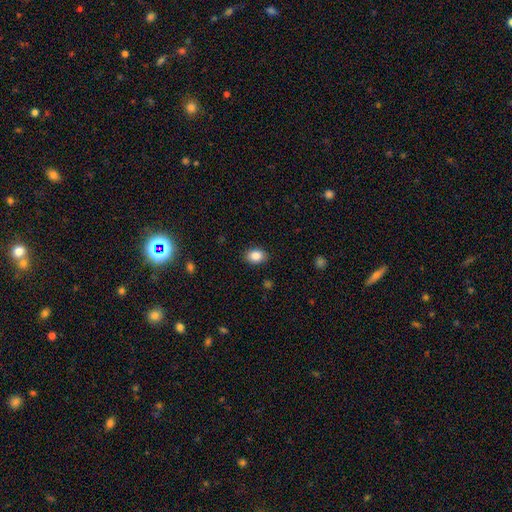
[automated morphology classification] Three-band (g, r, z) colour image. It shows a smooth galaxy with no disk features (87%) that is in between round and cigar-shaped (71%). Merging: none (88%).